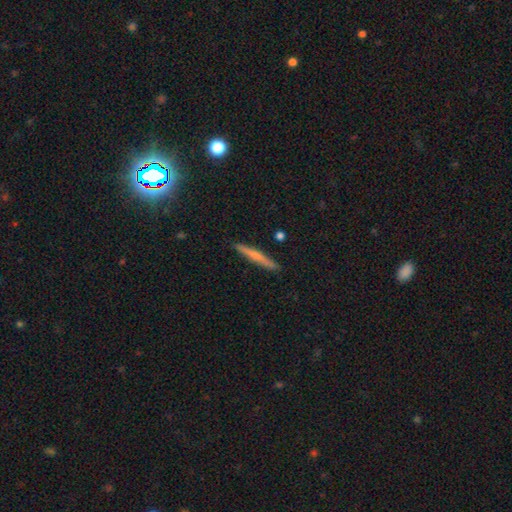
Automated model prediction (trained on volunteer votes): A smooth galaxy with no disk features (53%) that is cigar-shaped (95%). Merging: none (90%).